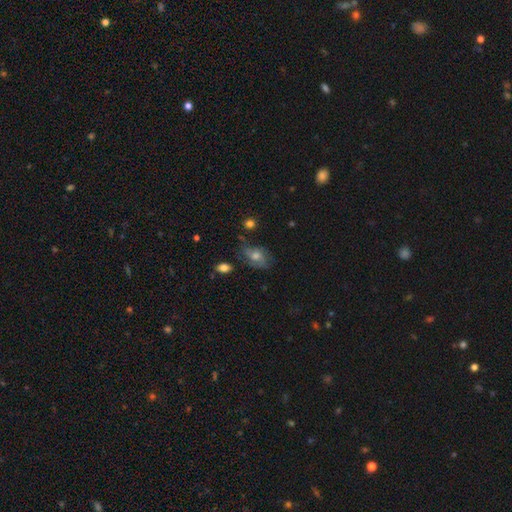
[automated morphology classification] Overall: featured or disk (49%; smooth 34%). Merging: none (63%).